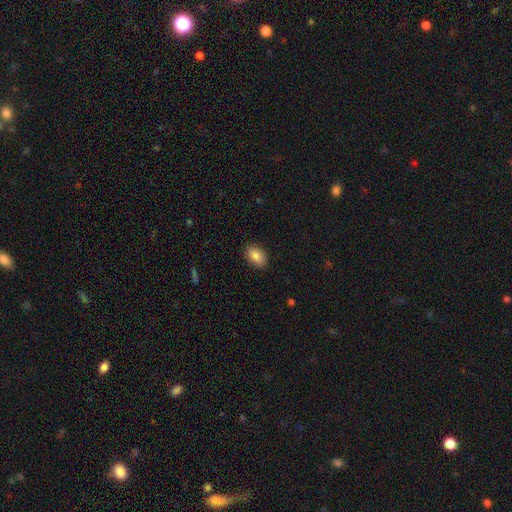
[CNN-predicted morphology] smooth_or_featured: smooth (p=0.87) [alt: star or artifact p=0.07]
how_rounded: in between (p=0.89) [alt: round p=0.09]
merging: none (p=0.88) [alt: minor disturbance p=0.09]